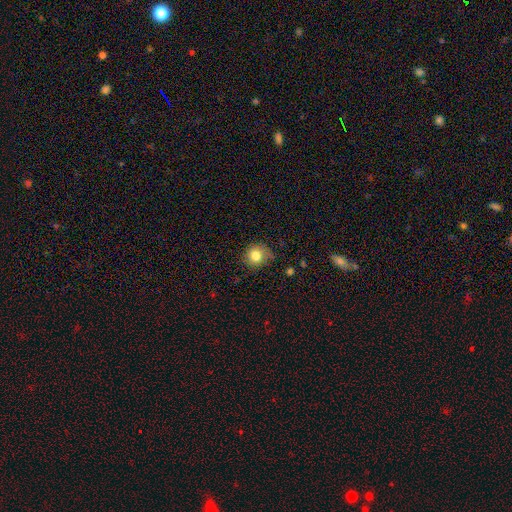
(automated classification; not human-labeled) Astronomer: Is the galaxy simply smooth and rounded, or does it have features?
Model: smooth — 80%.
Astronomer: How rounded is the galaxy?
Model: round — 87%.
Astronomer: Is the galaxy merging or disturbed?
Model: none — 73%.